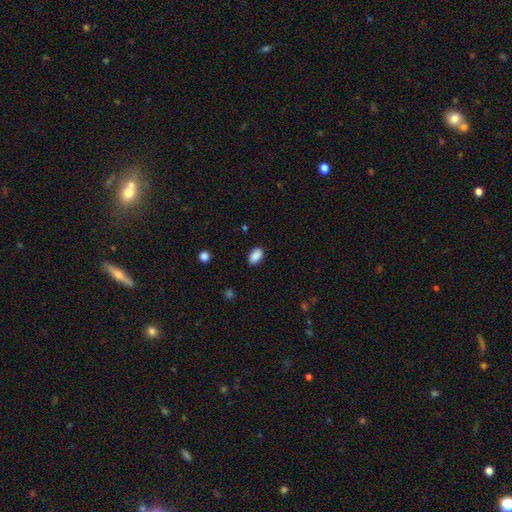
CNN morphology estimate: smooth-or-featured: smooth: 90% | star or artifact: 8% | featured or disk: 3%
  how-rounded: in between: 91% | round: 7% | cigar-shaped: 1%
  merging: none: 87% | minor disturbance: 10% | major disturbance: 2% | merger: 1%